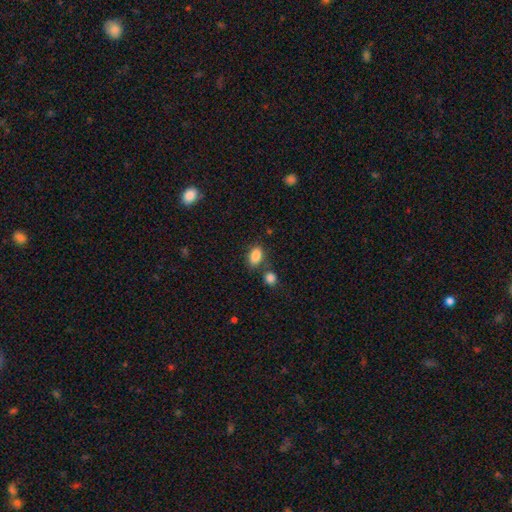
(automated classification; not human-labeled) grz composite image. It shows a smooth galaxy with no disk features (86%) that is in between round and cigar-shaped (85%). Merging: none (68%).